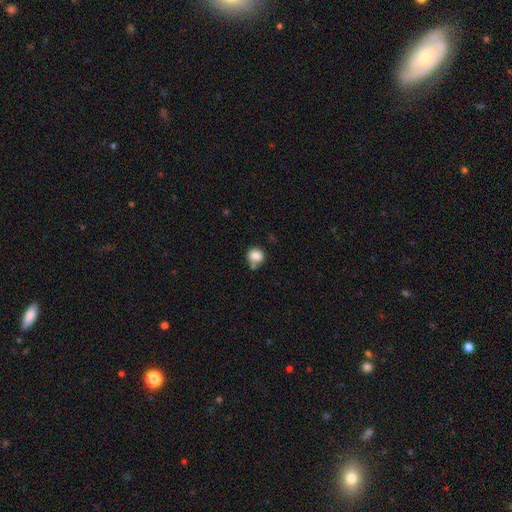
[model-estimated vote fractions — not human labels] Morphology: type=smooth (84%); roundness=round (81%); merging=none (59%).